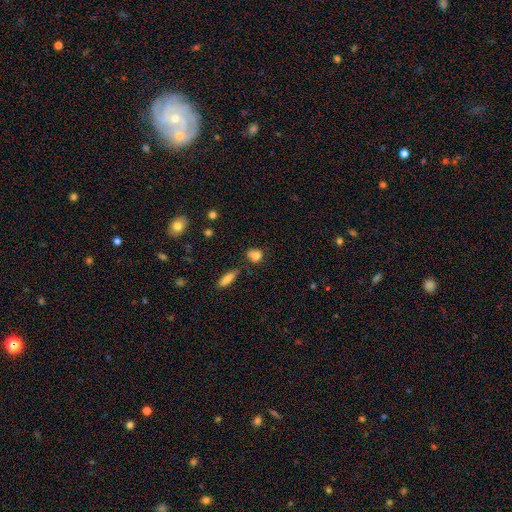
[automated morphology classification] The model was most divided on "how rounded": round: 55%, in between: 42%, cigar-shaped: 3%. More confident: smooth or featured — smooth (81%); merging — none (59%).